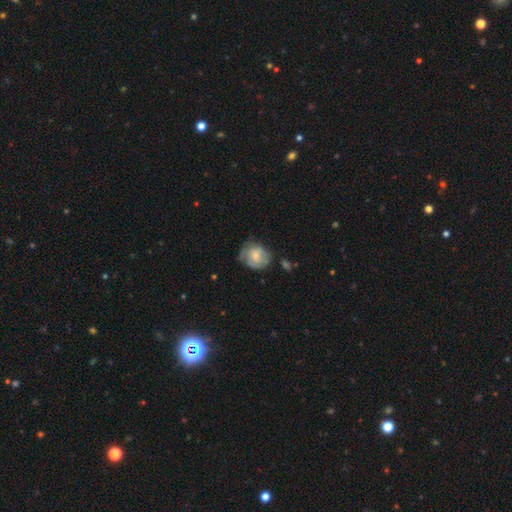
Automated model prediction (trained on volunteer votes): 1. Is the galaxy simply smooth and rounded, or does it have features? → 55% smooth, 39% featured or disk, 7% star or artifact.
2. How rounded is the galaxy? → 70% round, 29% in between, 1% cigar-shaped.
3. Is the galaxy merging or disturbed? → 51% none, 32% minor disturbance, 13% major disturbance, 3% merger.